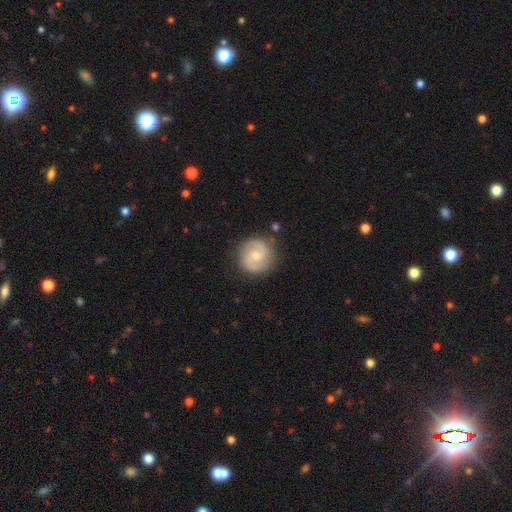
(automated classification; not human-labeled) Q: Smooth or featured?
A: featured or disk (63%); runner-up: smooth (31%)
Q: Edge-on disk?
A: no (98%); runner-up: yes (2%)
Q: Bar?
A: weak (47%); runner-up: no (45%)
Q: Spiral arms?
A: yes (90%); runner-up: no (10%)
Q: Spiral winding?
A: medium (48%); runner-up: tight (33%)
Q: Spiral arm count?
A: 2 (89%); runner-up: can't tell (6%)
Q: Bulge size?
A: moderate (54%); runner-up: small (40%)
Q: Merging?
A: none (85%); runner-up: minor disturbance (11%)